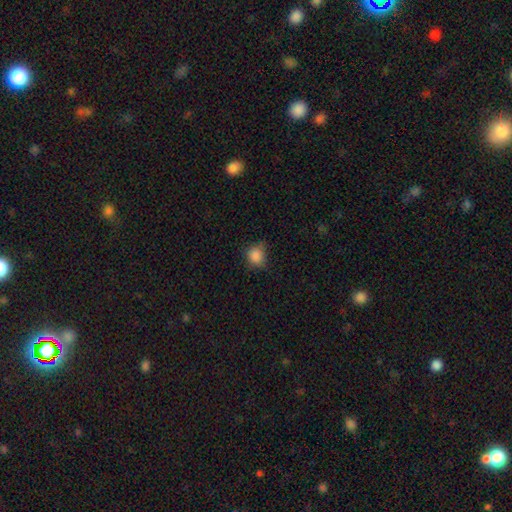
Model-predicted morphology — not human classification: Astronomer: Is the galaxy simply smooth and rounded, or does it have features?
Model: smooth — 85%.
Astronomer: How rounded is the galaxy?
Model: round — 81%.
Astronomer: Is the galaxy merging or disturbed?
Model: none — 71%.